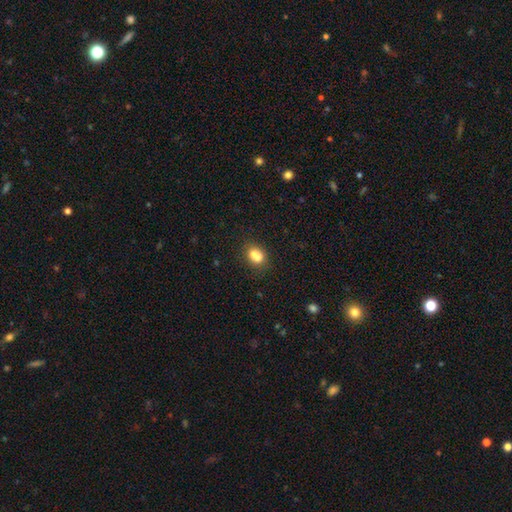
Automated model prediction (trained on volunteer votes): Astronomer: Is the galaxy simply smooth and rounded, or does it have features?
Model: smooth — 75%.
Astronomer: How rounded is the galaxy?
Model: in between — 57% (runner-up: round, 42%).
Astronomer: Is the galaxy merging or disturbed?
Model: none — 44% (runner-up: merger, 40%).